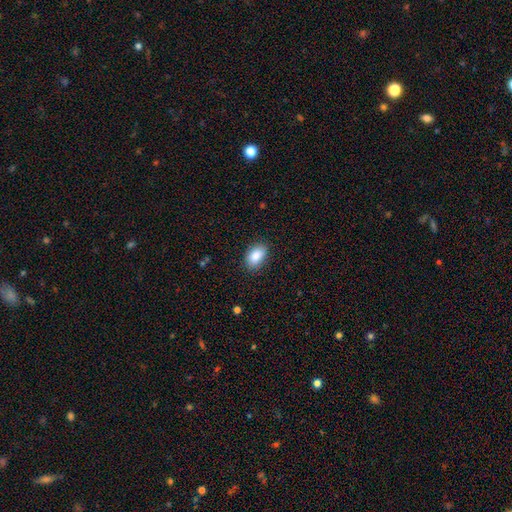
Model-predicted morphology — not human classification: type=smooth (86%); roundness=in between (89%); merging=none (85%).